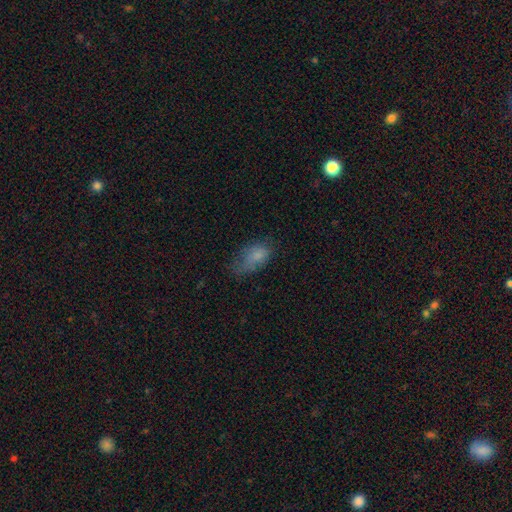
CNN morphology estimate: smooth_or_featured: smooth (p=0.77) [alt: featured or disk p=0.13]
how_rounded: in between (p=0.90) [alt: round p=0.05]
merging: none (p=0.46) [alt: minor disturbance p=0.32]